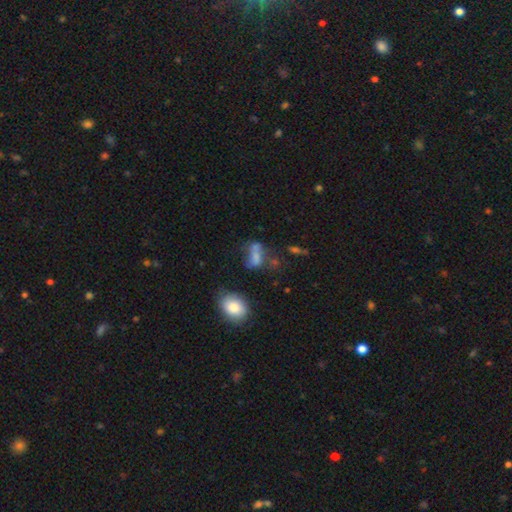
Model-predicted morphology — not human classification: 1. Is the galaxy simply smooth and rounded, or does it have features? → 62% smooth, 23% featured or disk, 15% star or artifact.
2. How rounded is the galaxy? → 75% in between, 15% round, 10% cigar-shaped.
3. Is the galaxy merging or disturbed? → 30% none, 27% merger, 24% major disturbance, 19% minor disturbance.